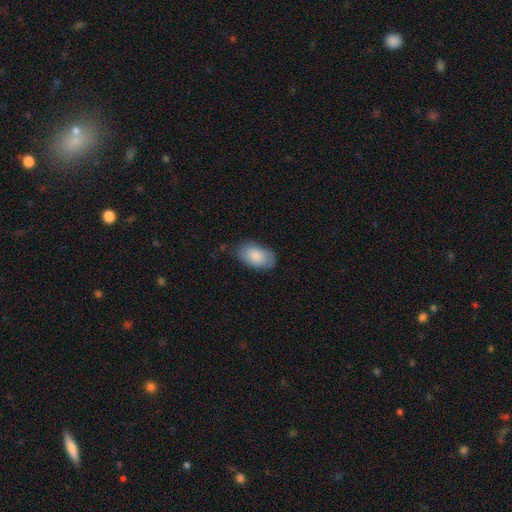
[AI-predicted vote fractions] smooth 85%, featured or disk 10%, star or artifact 6%. Down the decision tree: how rounded — in between (94%); merging — none (75%).